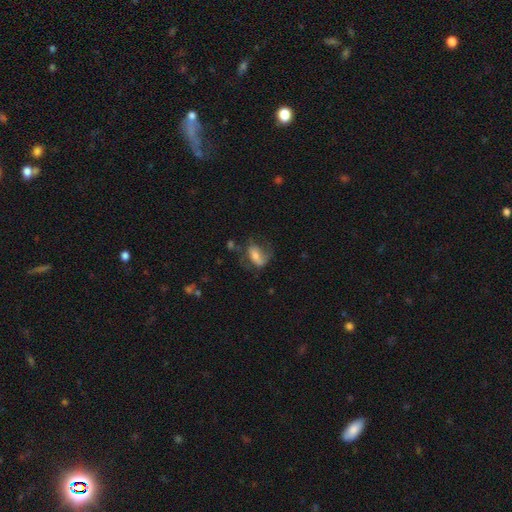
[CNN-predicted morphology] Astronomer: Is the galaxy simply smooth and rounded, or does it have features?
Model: featured or disk — 46% (runner-up: smooth, 45%).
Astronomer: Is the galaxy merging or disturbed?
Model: none — 41% (runner-up: major disturbance, 29%).